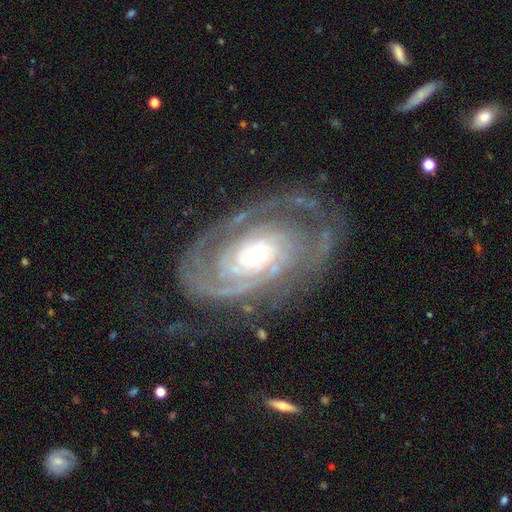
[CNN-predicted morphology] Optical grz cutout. It shows a featured or disk galaxy (92%) with no bar (65%), 2 (31%) tight (72%) spiral arms (98%) and a moderate central bulge (50%). Merging: none (71%).